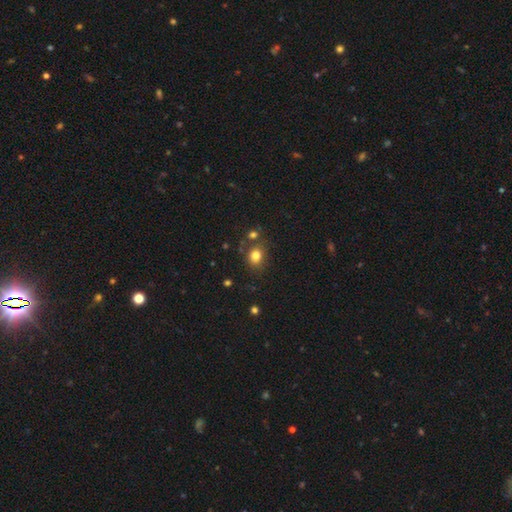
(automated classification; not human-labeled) A smooth galaxy with no disk features (80%) that is round (57%).

Vote fractions:
- Smooth or featured? smooth: 80% / star or artifact: 12% / featured or disk: 7%
- How rounded? round: 57% / in between: 42% / cigar-shaped: 1%
- Merging? none: 70% / minor disturbance: 14% / merger: 11% / major disturbance: 5%